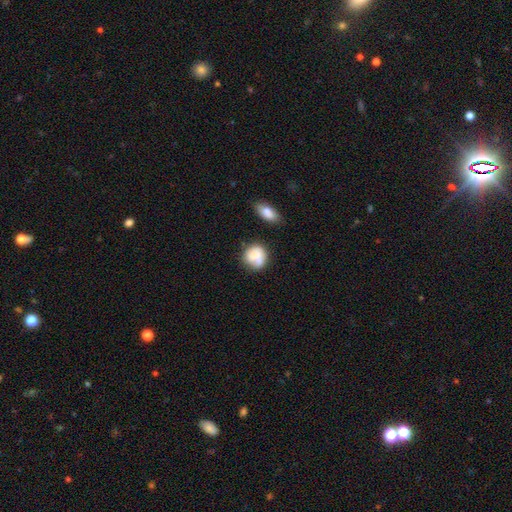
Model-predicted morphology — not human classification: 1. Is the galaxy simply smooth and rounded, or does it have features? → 73% smooth, 19% featured or disk, 8% star or artifact.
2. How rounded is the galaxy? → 71% round, 28% in between, 1% cigar-shaped.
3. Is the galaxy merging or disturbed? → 52% none, 25% minor disturbance, 13% merger, 10% major disturbance.